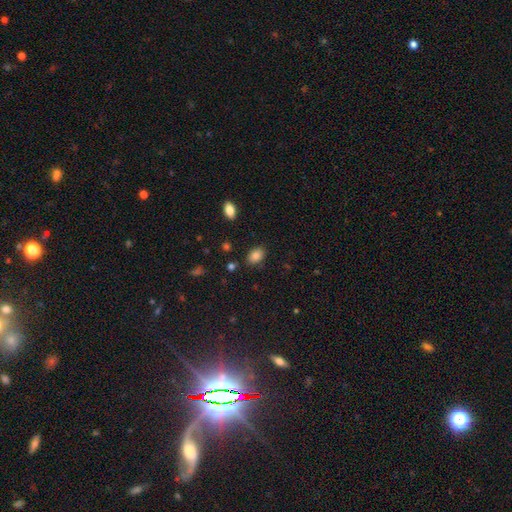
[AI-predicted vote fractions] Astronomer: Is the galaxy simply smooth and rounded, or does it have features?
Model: smooth — 83%.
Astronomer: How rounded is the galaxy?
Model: in between — 84%.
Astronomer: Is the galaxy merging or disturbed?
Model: none — 83%.